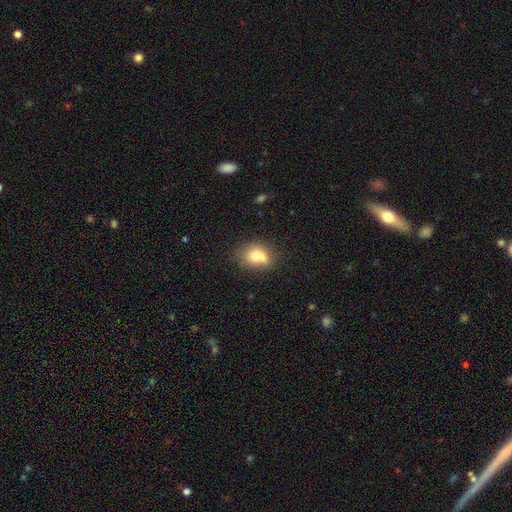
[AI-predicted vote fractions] Smooth or featured: smooth — 68% (featured or disk — 21%)
How rounded: round — 55% (in between — 43%)
Merging: merger — 50% (none — 32%)